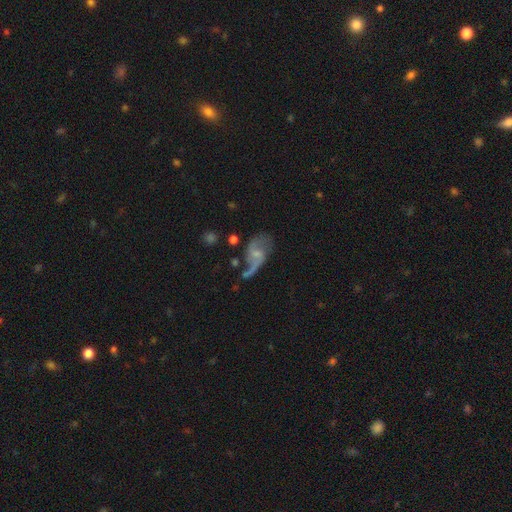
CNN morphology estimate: Q: Smooth or featured?
A: featured or disk (77%); runner-up: smooth (15%)
Q: Edge-on disk?
A: no (97%); runner-up: yes (3%)
Q: Bar?
A: no (48%); runner-up: weak (43%)
Q: Spiral arms?
A: yes (88%); runner-up: no (12%)
Q: Spiral winding?
A: loose (72%); runner-up: medium (22%)
Q: Spiral arm count?
A: 2 (77%); runner-up: 1 (14%)
Q: Bulge size?
A: small (60%); runner-up: moderate (21%)
Q: Merging?
A: none (37%); runner-up: major disturbance (29%)